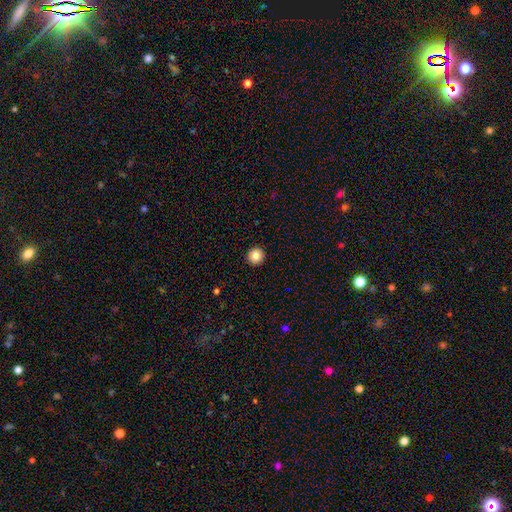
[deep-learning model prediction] Overall: smooth (84%). How rounded: round (96%). Merging: none (94%).